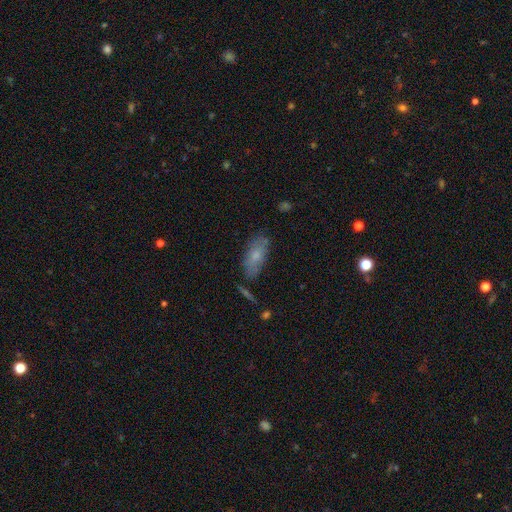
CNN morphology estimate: smooth_or_featured: smooth (p=0.66) [alt: featured or disk p=0.26]
how_rounded: in between (p=0.81) [alt: cigar-shaped p=0.16]
merging: none (p=0.69) [alt: minor disturbance p=0.20]